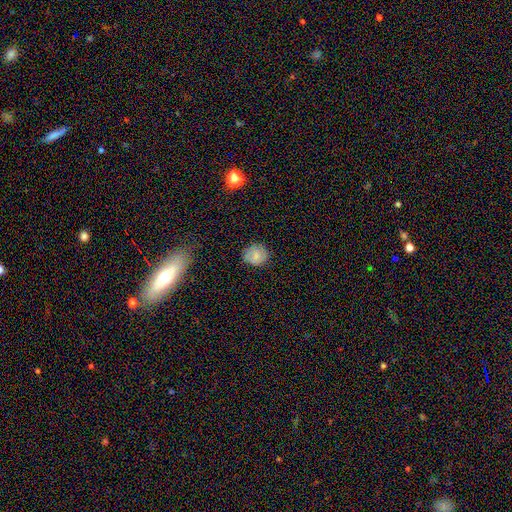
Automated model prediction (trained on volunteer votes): Morphology: type=smooth (70%); roundness=round (80%); merging=none (79%).